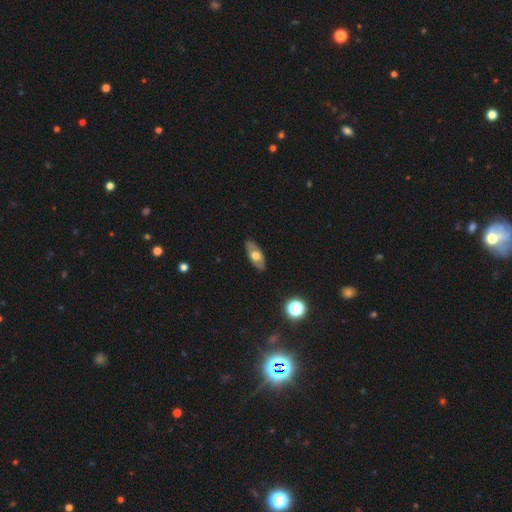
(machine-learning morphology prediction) smooth 53%, featured or disk 40%, star or artifact 7%. Down the decision tree: how rounded — in between (86%); merging — none (84%).